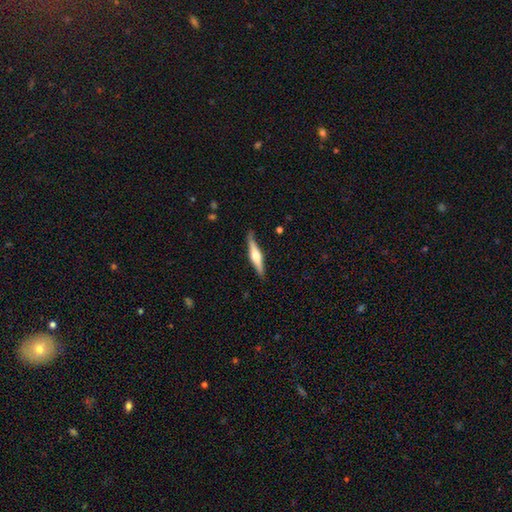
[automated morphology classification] This is likely a featured or disk galaxy (66%). It is clearly viewed edge-on (97%). Edge-on bulge: clearly rounded (86%). Merging: clearly none (86%).